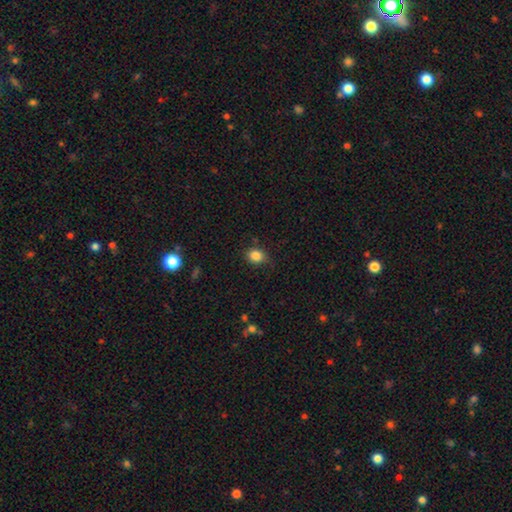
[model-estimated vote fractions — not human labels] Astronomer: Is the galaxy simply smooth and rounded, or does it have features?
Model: smooth — 85%.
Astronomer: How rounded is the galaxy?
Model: round — 59% (runner-up: in between, 40%).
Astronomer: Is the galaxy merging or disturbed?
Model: none — 75%.